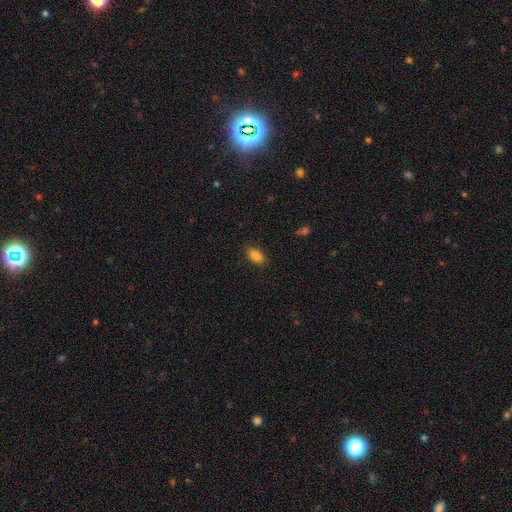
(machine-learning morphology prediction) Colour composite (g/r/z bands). It shows a smooth galaxy with no disk features (86%) that is in between round and cigar-shaped (91%). Merging: none (86%).